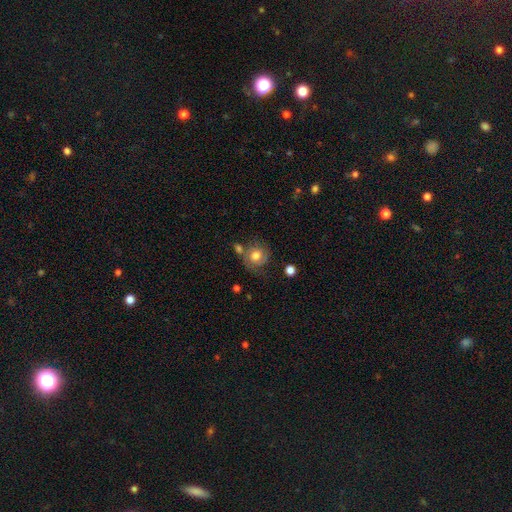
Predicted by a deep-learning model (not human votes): This is possibly a smooth galaxy (55%). How rounded: clearly round (82%). Merging: possibly none (57%).